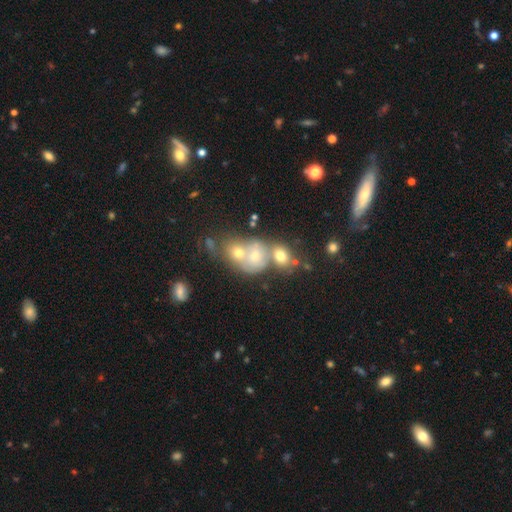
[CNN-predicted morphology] type=smooth (59%); roundness=round (60%); merging=merger (60%).